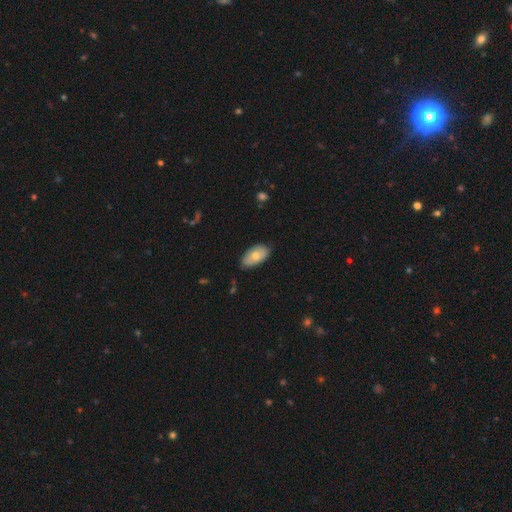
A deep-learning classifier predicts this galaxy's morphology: Smooth or featured? smooth (72%)
How rounded? in between (94%)
Merging? none (78%)